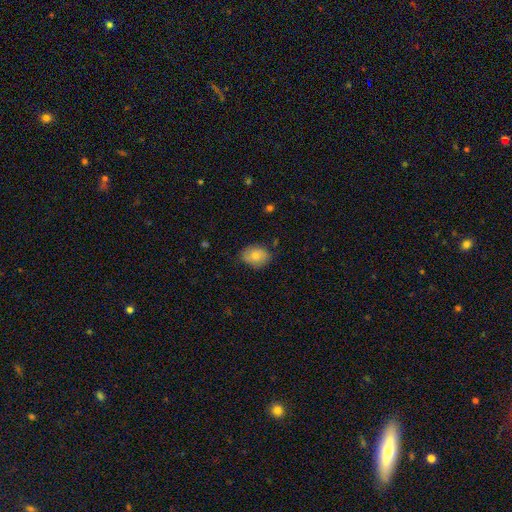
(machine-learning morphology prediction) smooth-or-featured: smooth: 79% | featured or disk: 13% | star or artifact: 8%
  how-rounded: in between: 70% | round: 29% | cigar-shaped: 1%
  merging: none: 78% | minor disturbance: 17% | major disturbance: 3% | merger: 2%